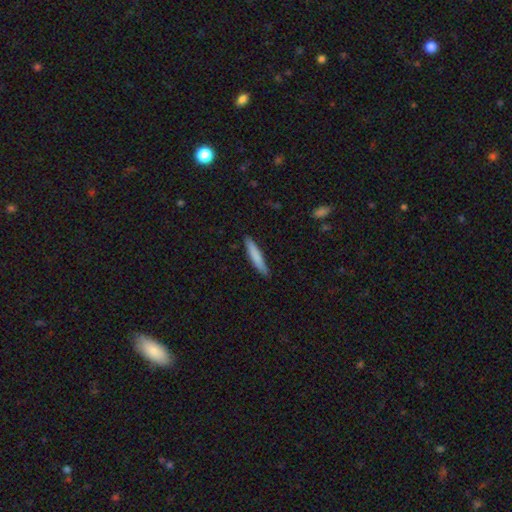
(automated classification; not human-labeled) Smooth or featured? smooth (79%)
How rounded? cigar-shaped (92%)
Merging? none (87%)